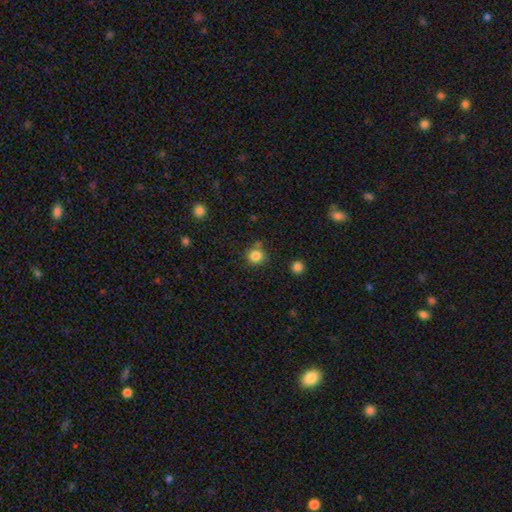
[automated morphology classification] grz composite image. It shows a smooth galaxy with no disk features (83%) that is round (89%). Merging: none (74%).